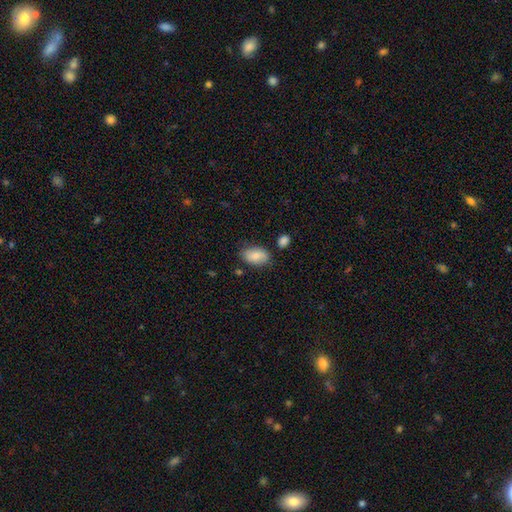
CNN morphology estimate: Smooth or featured?
  - smooth: 80% *
  - featured or disk: 13%
  - star or artifact: 7%
How rounded?
  - in between: 91% *
  - round: 7%
  - cigar-shaped: 2%
Merging?
  - none: 74% *
  - minor disturbance: 18%
  - merger: 4%
  - major disturbance: 4%